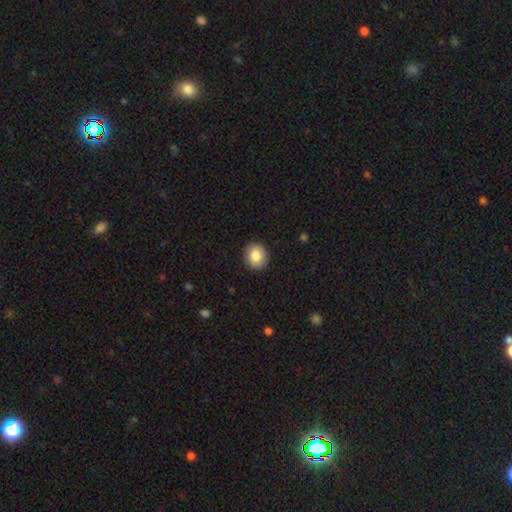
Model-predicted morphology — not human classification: Q: Smooth or featured?
A: smooth (84%); runner-up: star or artifact (8%)
Q: How rounded?
A: round (65%); runner-up: in between (34%)
Q: Merging?
A: none (90%); runner-up: minor disturbance (7%)